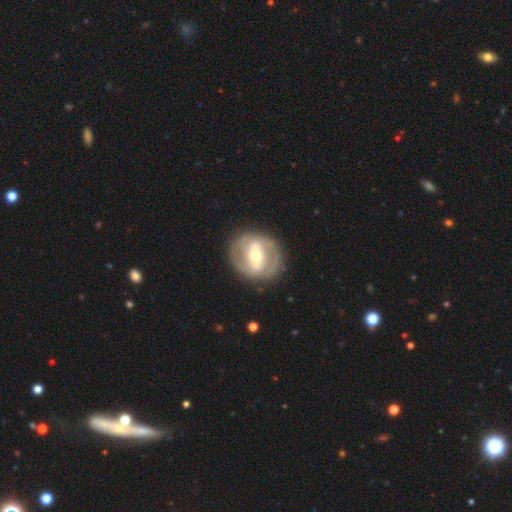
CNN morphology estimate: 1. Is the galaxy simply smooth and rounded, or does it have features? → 75% featured or disk, 20% smooth, 5% star or artifact.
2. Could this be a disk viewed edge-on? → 95% no, 5% yes.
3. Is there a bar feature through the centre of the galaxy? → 53% strong, 31% weak, 16% no.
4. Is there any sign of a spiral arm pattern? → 68% yes, 32% no.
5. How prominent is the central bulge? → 64% moderate, 27% small, 7% large, 1% dominant, 1% none.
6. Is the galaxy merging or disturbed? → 84% none, 10% minor disturbance, 5% major disturbance, 1% merger.